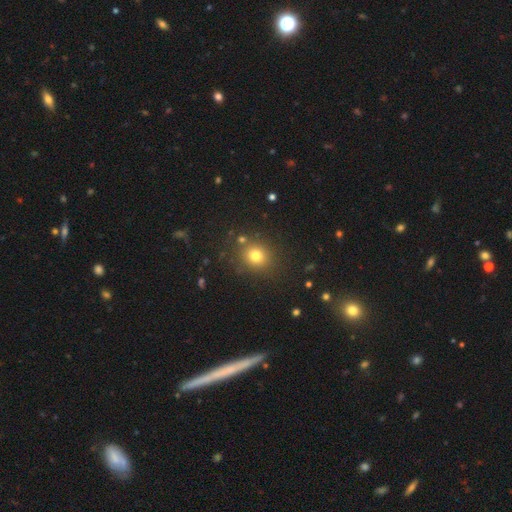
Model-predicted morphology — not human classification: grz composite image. It shows a smooth galaxy with no disk features (77%) that is round (80%). Merging: none (83%).